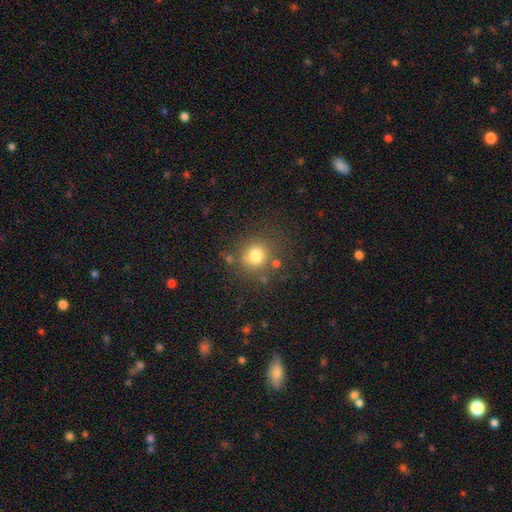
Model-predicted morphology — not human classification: Smooth or featured? smooth (77%)
How rounded? round (88%)
Merging? none (76%)